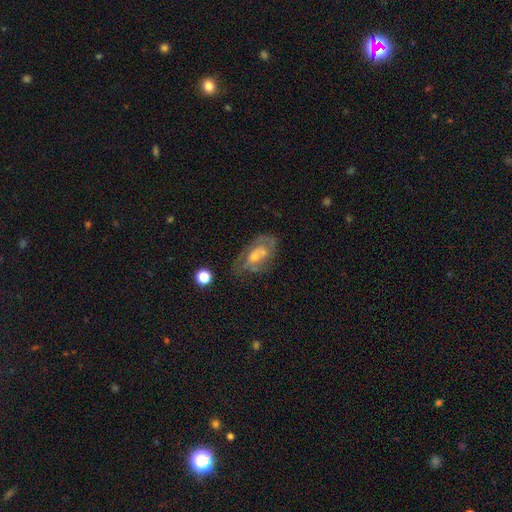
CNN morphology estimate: type=featured or disk (66%); edge-on=no (94%); bar=no (66%); spiral arms=yes (69%); bulge=small (47%); merging=none (59%).